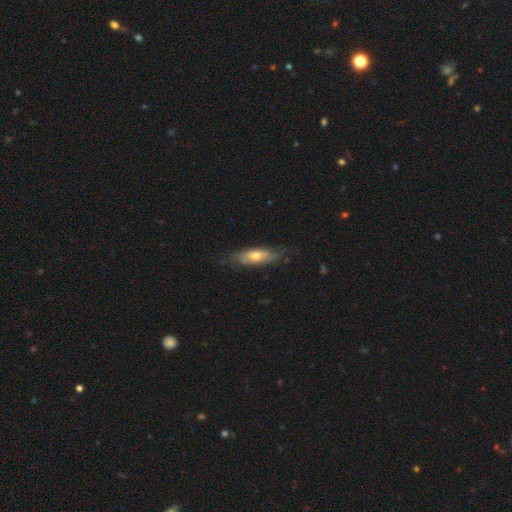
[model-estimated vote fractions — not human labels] Q: Smooth or featured?
A: smooth (49%); runner-up: featured or disk (44%)
Q: Merging?
A: none (71%); runner-up: minor disturbance (23%)